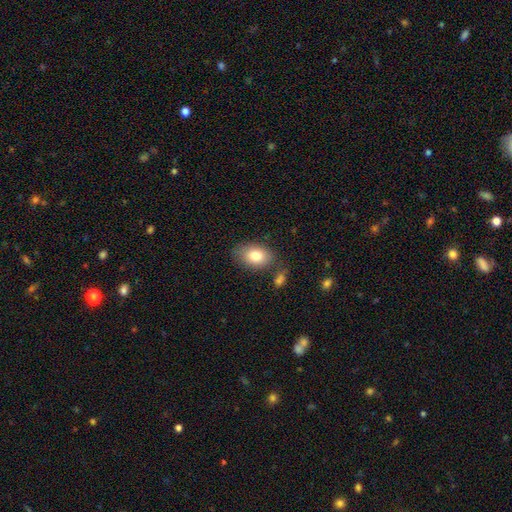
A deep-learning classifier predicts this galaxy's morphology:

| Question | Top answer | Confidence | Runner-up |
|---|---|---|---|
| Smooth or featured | smooth | 81% | featured or disk (11%) |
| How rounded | in between | 84% | round (14%) |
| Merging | none | 73% | minor disturbance (16%) |